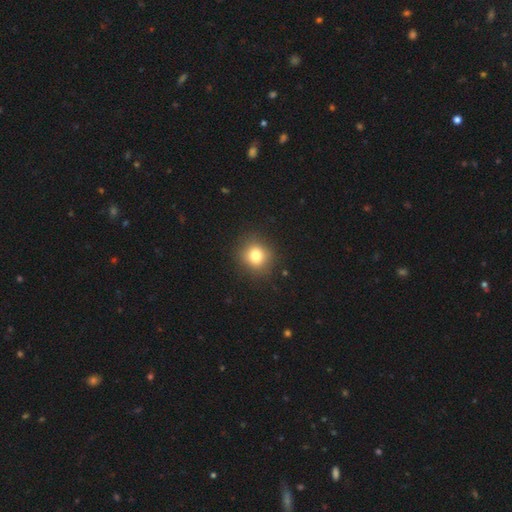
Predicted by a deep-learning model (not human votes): Smooth or featured? smooth (79%)
How rounded? round (84%)
Merging? none (88%)